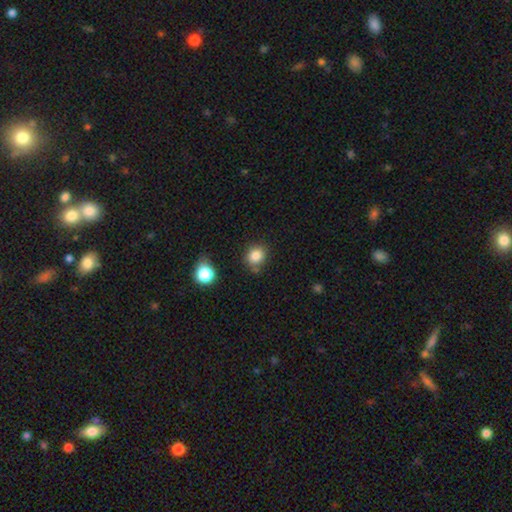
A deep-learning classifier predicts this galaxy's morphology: Smooth or featured? smooth (84%)
How rounded? round (74%)
Merging? none (70%)